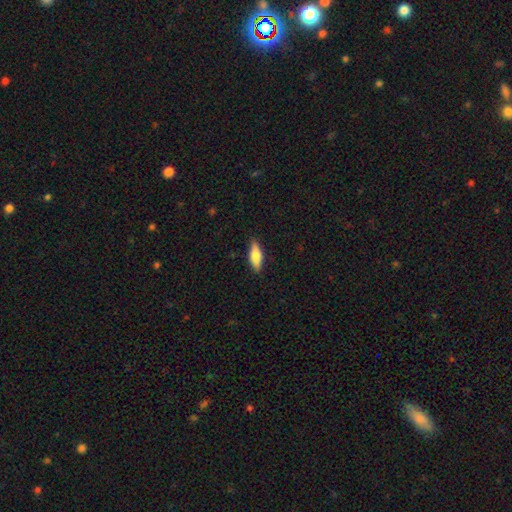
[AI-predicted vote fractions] This appears to be a smooth galaxy with no disk features (72%) that is in between round and cigar-shaped (62%). Merging: none (87%).